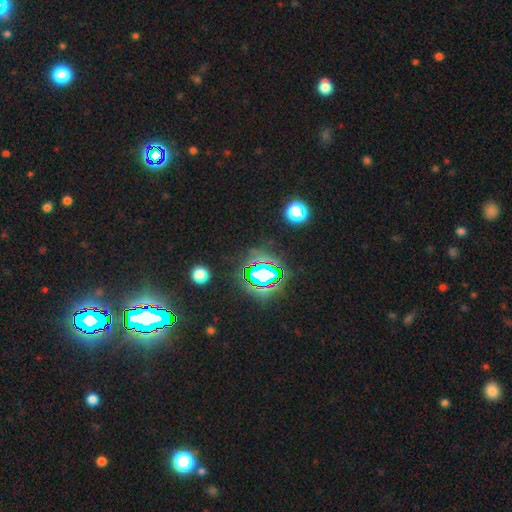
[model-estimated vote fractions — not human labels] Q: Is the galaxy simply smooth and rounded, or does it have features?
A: star or artifact — 82%.